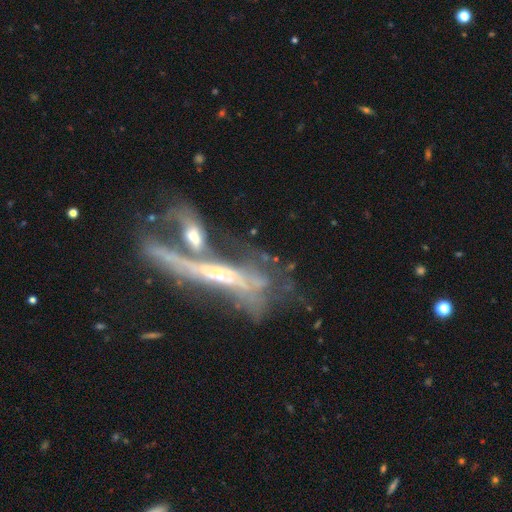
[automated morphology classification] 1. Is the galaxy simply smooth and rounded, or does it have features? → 74% featured or disk, 16% smooth, 10% star or artifact.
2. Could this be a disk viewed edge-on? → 57% yes, 43% no.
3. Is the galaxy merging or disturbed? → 51% merger, 19% none, 19% major disturbance, 11% minor disturbance.